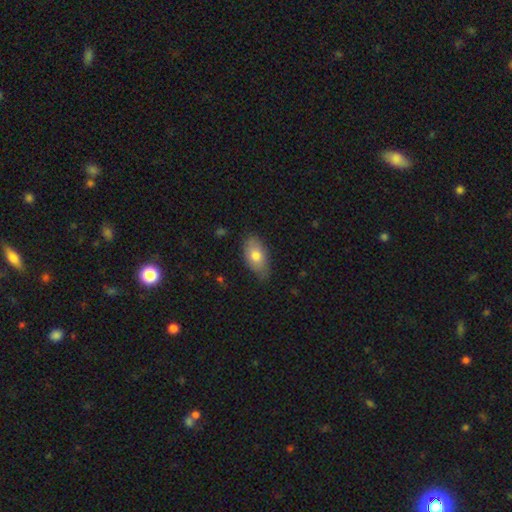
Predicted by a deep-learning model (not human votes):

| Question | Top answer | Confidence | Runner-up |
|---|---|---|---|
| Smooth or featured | smooth | 75% | featured or disk (18%) |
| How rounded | in between | 91% | round (5%) |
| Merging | none | 70% | minor disturbance (24%) |